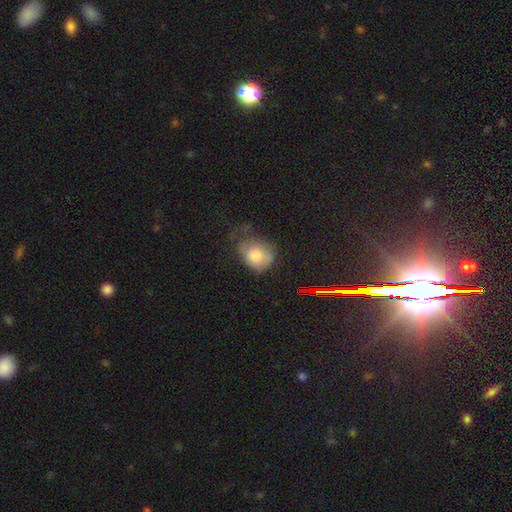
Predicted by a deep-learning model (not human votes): The model was most divided on "merging": none: 39%, minor disturbance: 36%, major disturbance: 23%, merger: 3%. More confident: smooth or featured — smooth (77%); how rounded — round (56%).